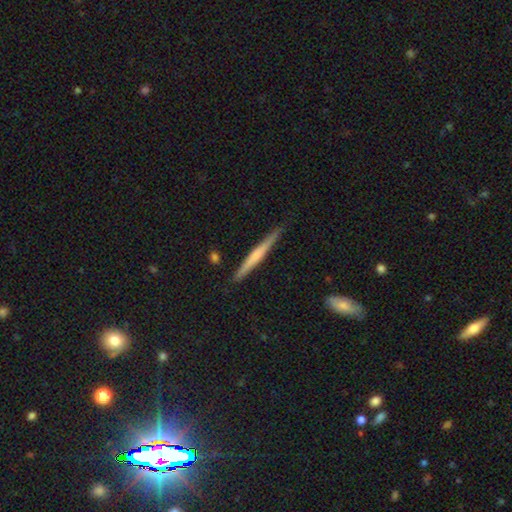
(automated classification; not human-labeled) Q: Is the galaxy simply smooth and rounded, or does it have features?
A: featured or disk — 52%.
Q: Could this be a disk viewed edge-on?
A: yes — 98%.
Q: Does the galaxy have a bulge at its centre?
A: none — 50%.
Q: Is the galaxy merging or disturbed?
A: none — 87%.